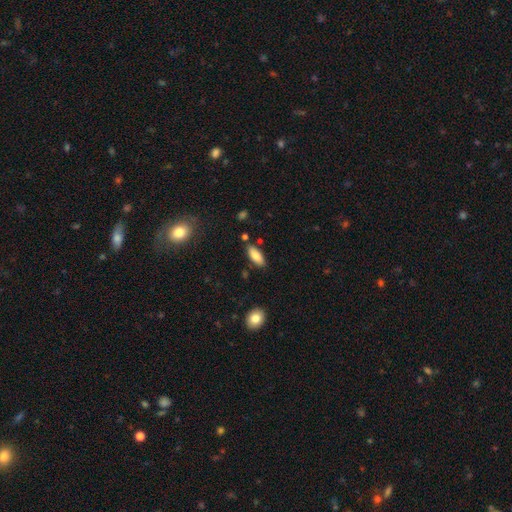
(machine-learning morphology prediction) Overall: smooth (83%). How rounded: in between (77%). Merging: none (83%).